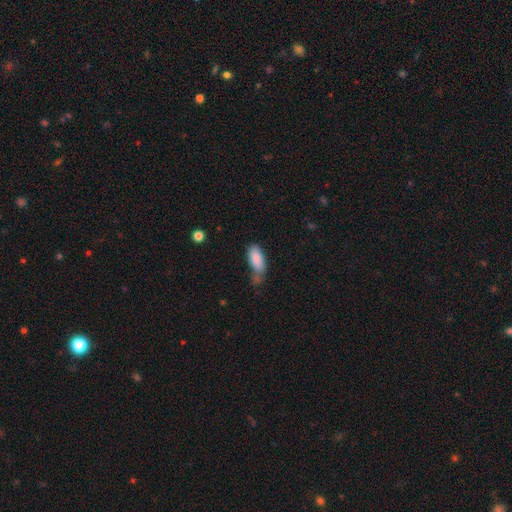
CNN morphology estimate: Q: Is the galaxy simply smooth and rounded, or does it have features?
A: smooth — 86%.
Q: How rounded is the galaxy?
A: in between — 85%.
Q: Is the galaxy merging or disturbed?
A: none — 40%.